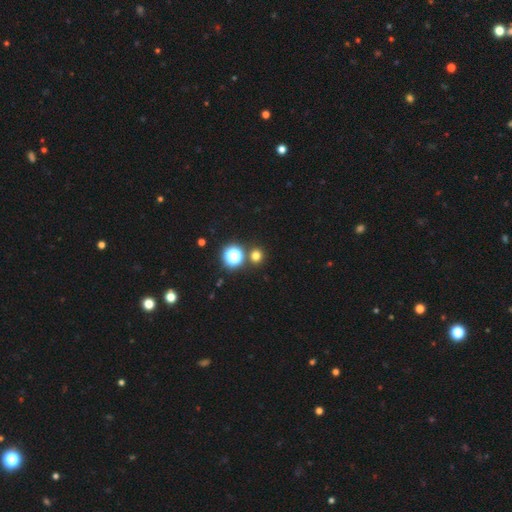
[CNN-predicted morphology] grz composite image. It shows a smooth galaxy with no disk features (70%) that is round (87%). Merging: none (84%).